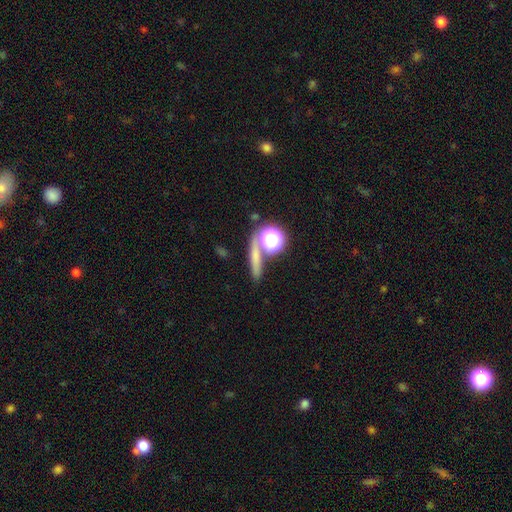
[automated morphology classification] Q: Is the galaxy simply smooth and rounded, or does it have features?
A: smooth — 59%.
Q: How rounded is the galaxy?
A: round — 43%.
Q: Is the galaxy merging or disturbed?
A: none — 70%.